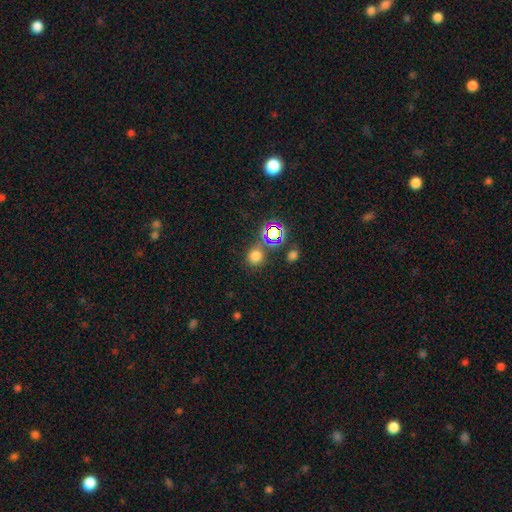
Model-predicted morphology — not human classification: Smooth or featured?
  - smooth: 68% *
  - star or artifact: 25%
  - featured or disk: 7%
How rounded?
  - round: 86% *
  - in between: 13%
  - cigar-shaped: 1%
Merging?
  - none: 72% *
  - merger: 13%
  - minor disturbance: 11%
  - major disturbance: 5%